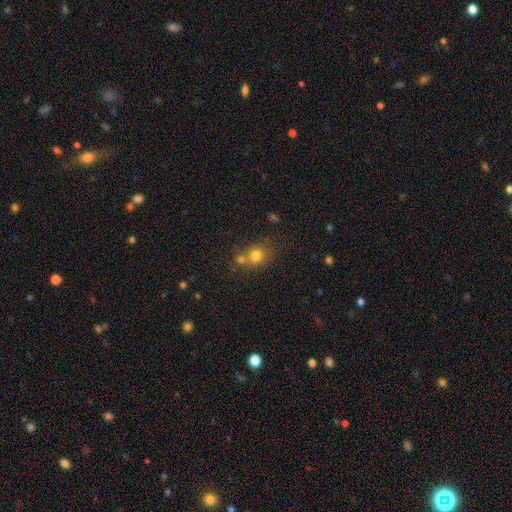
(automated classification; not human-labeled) Q: Smooth or featured?
A: smooth (77%); runner-up: star or artifact (13%)
Q: How rounded?
A: round (79%); runner-up: in between (20%)
Q: Merging?
A: none (51%); runner-up: merger (35%)